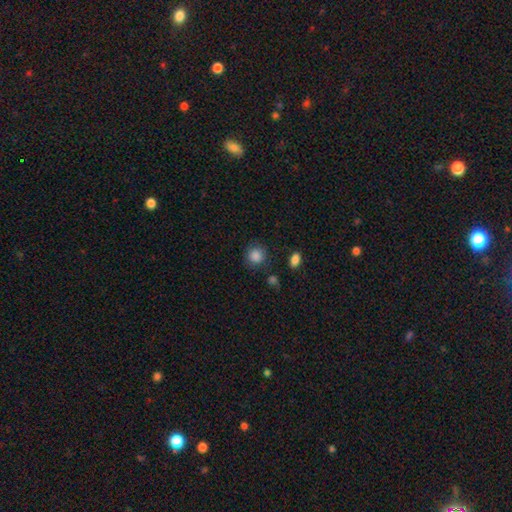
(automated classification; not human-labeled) This is clearly a smooth galaxy (86%). How rounded: clearly round (89%). Merging: clearly none (82%).